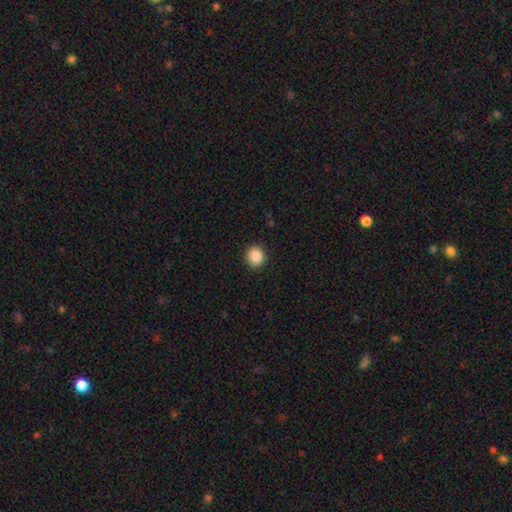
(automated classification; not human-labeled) The model was most divided on "how rounded": round: 80%, in between: 19%, cigar-shaped: 1%. More confident: merging — none (91%); smooth or featured — smooth (88%).